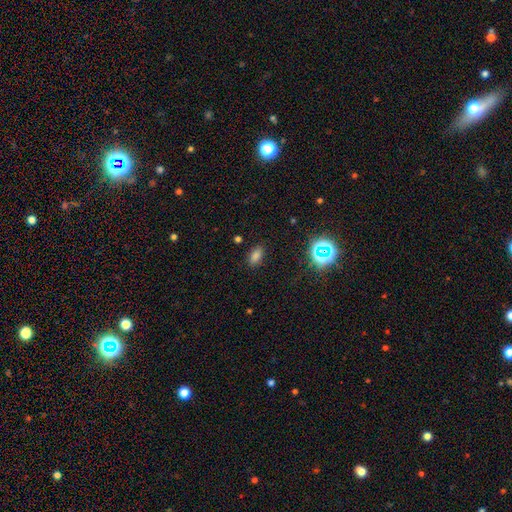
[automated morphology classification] Smooth or featured? smooth (75%)
How rounded? in between (88%)
Merging? none (85%)